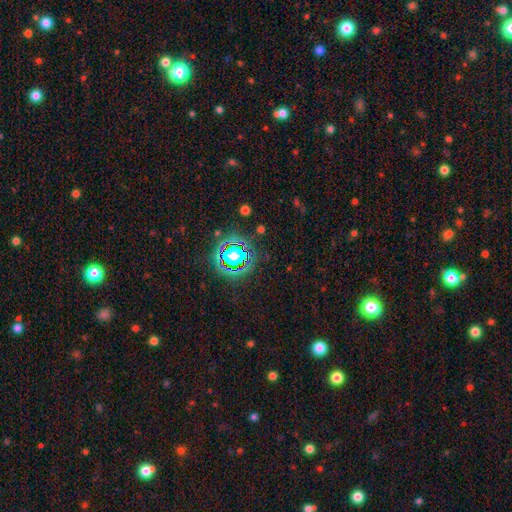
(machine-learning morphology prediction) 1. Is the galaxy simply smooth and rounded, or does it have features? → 79% star or artifact, 14% smooth, 7% featured or disk.